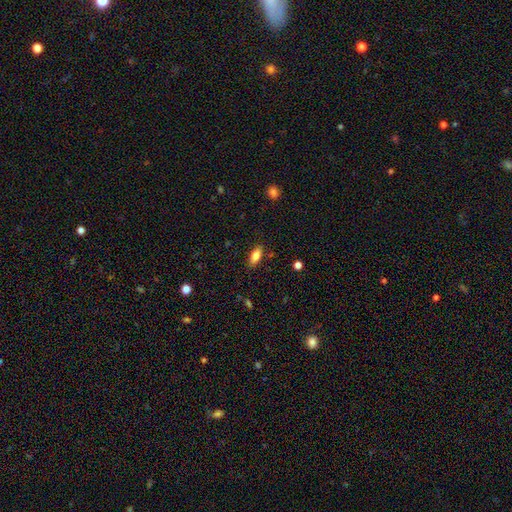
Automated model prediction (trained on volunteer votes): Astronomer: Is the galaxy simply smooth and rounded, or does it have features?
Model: smooth — 83%.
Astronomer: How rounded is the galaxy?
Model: in between — 83%.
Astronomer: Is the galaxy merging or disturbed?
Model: none — 85%.